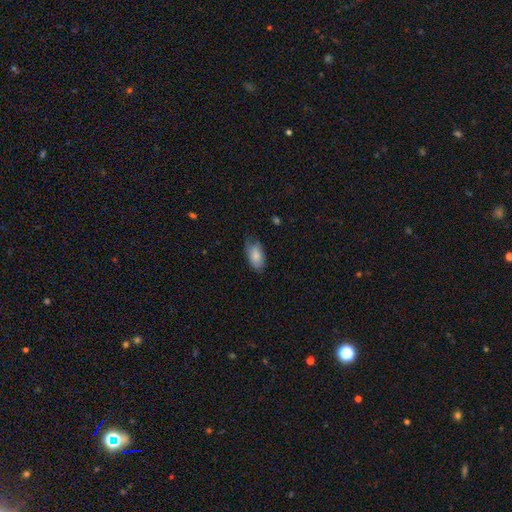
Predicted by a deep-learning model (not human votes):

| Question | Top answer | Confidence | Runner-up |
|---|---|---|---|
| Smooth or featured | smooth | 79% | featured or disk (14%) |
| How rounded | in between | 93% | cigar-shaped (4%) |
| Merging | none | 53% | minor disturbance (35%) |